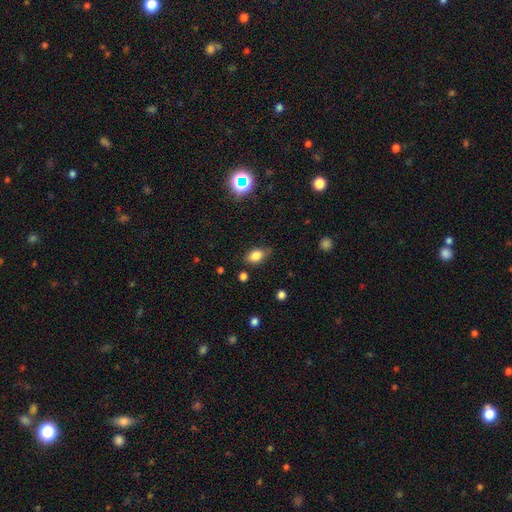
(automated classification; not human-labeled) The model was most divided on "merging": none: 70%, minor disturbance: 23%, major disturbance: 5%, merger: 2%. More confident: smooth or featured — smooth (80%); how rounded — in between (79%).